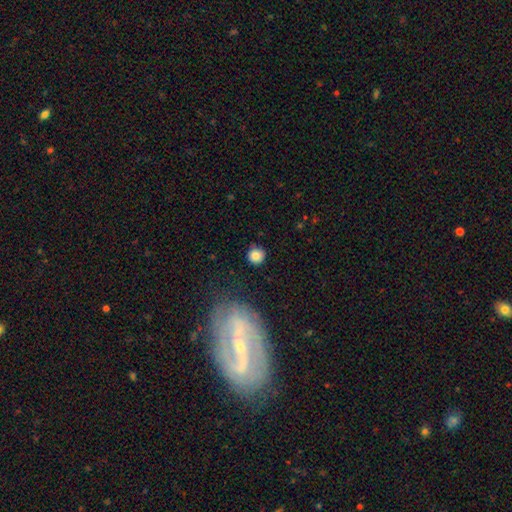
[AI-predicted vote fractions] A smooth galaxy with no disk features (85%) that is round (94%).

Vote fractions:
- Smooth or featured? smooth: 85% / star or artifact: 10% / featured or disk: 6%
- How rounded? round: 94% / in between: 5% / cigar-shaped: 1%
- Merging? none: 86% / minor disturbance: 9% / major disturbance: 3% / merger: 2%